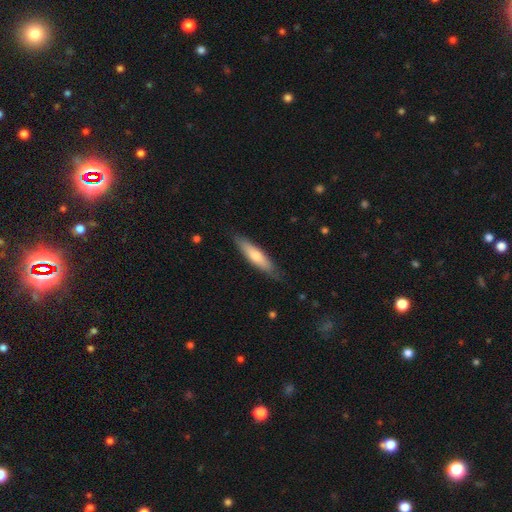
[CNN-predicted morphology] smooth 64%, featured or disk 31%, star or artifact 5%. Down the decision tree: how rounded — cigar-shaped (71%); merging — none (80%).